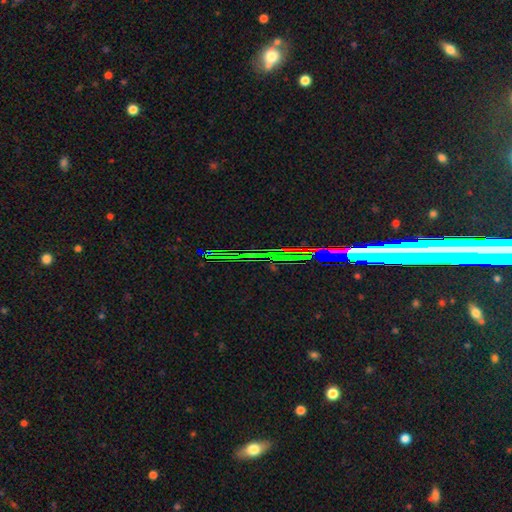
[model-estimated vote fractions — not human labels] smooth_or_featured: star or artifact (p=0.73) [alt: featured or disk p=0.15]